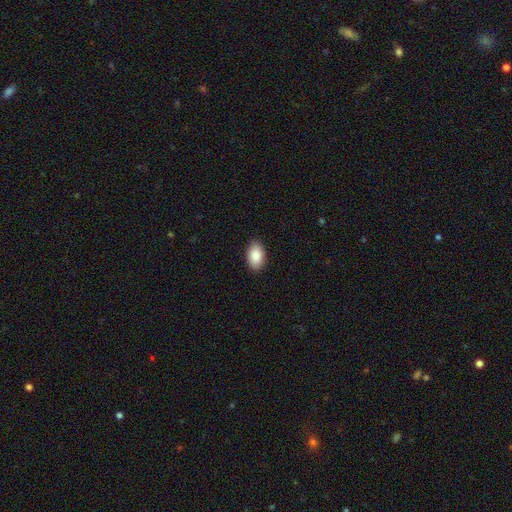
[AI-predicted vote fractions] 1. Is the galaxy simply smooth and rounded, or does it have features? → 88% smooth, 7% star or artifact, 5% featured or disk.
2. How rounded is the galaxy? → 92% in between, 7% round, 1% cigar-shaped.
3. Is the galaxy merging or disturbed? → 89% none, 8% minor disturbance, 2% major disturbance, 1% merger.